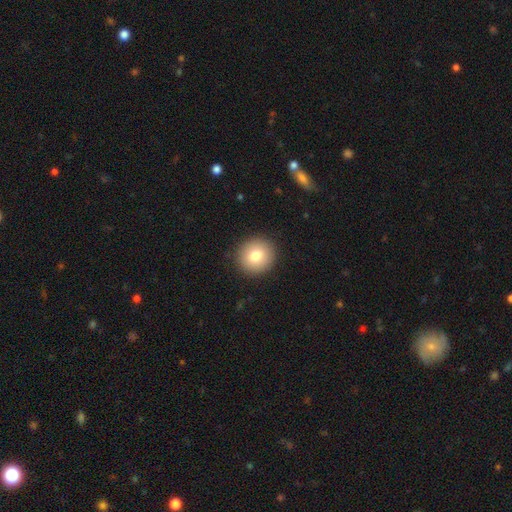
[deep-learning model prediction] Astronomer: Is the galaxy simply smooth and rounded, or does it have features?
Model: smooth — 79%.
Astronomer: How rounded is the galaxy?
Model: round — 91%.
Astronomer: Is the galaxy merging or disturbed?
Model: none — 91%.